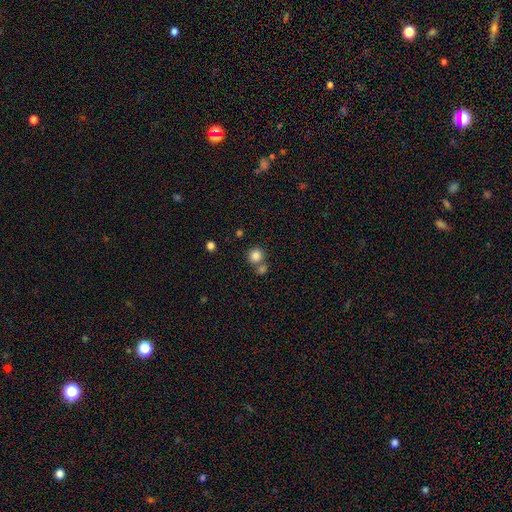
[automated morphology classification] This is clearly a smooth galaxy (83%). How rounded: clearly round (90%). Merging: likely none (63%).